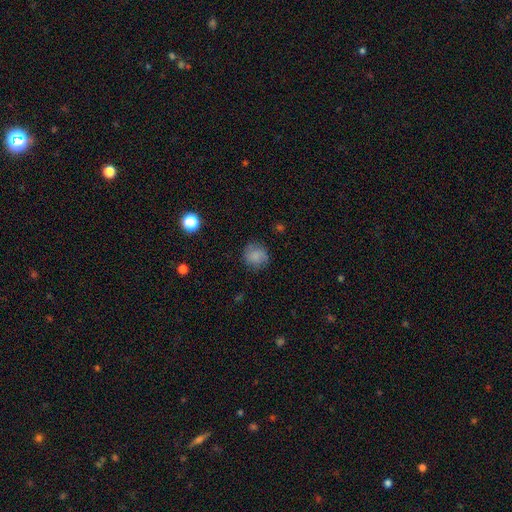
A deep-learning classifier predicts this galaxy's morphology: Q: Smooth or featured?
A: smooth (78%); runner-up: featured or disk (11%)
Q: How rounded?
A: round (87%); runner-up: in between (12%)
Q: Merging?
A: none (78%); runner-up: minor disturbance (16%)